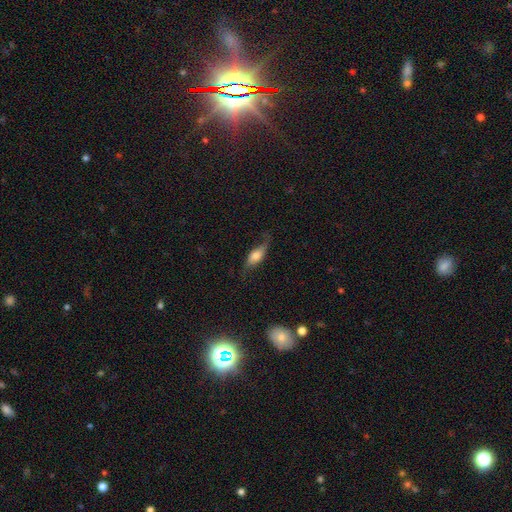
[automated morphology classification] Smooth or featured? Predicted: featured or disk (p=0.47). Merging? Predicted: none (p=0.58).